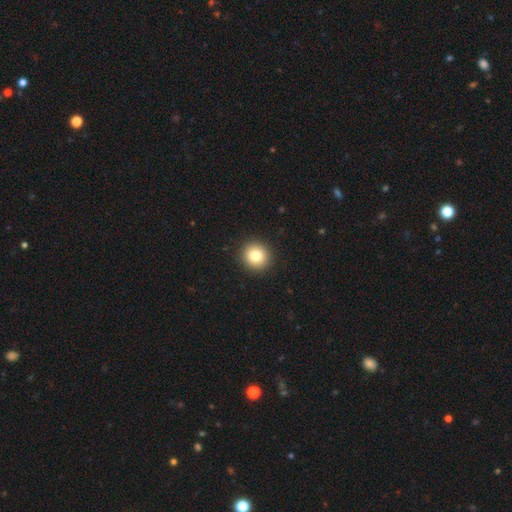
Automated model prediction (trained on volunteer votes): smooth 81%, star or artifact 10%, featured or disk 9%. Down the decision tree: how rounded — round (92%); merging — none (93%).